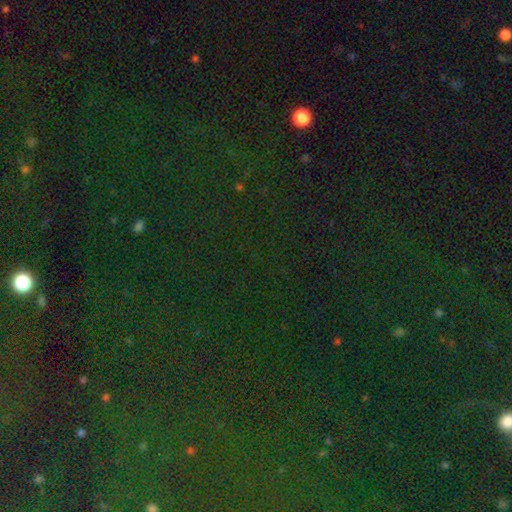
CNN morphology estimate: Smooth or featured? Predicted: star or artifact (p=0.82).